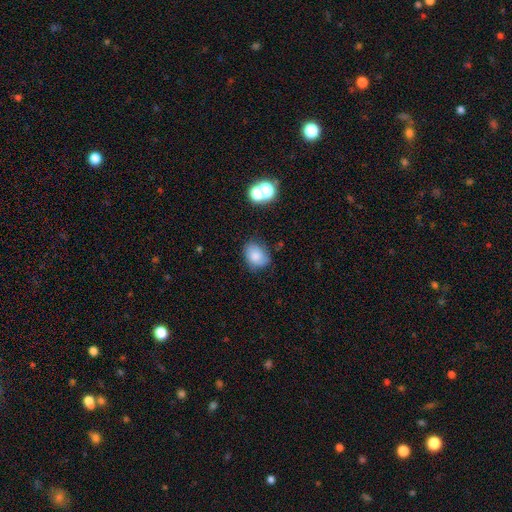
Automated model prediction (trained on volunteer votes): Smooth or featured? smooth (74%)
How rounded? in between (65%)
Merging? none (66%)